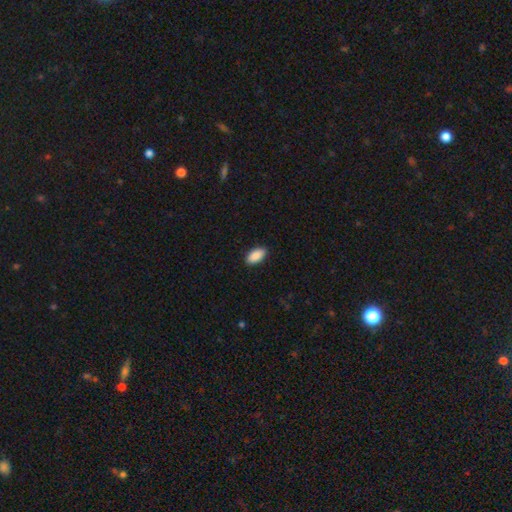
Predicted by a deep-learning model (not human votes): The model was most divided on "merging": none: 90%, minor disturbance: 8%, major disturbance: 2%, merger: 1%. More confident: how rounded — in between (94%); smooth or featured — smooth (91%).